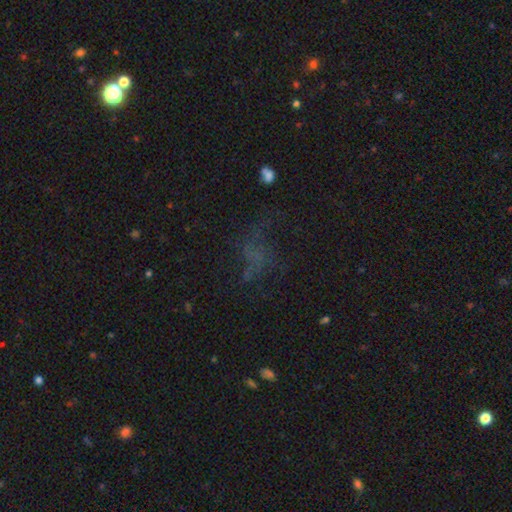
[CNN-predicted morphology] Smooth or featured? Predicted: star or artifact (p=0.37).